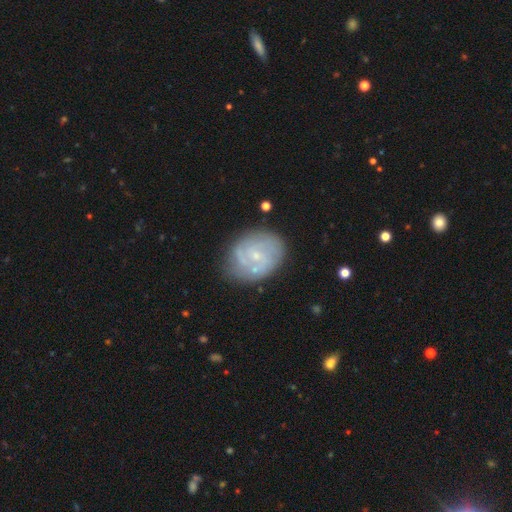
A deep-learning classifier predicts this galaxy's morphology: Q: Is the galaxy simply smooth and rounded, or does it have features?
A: featured or disk — 73%.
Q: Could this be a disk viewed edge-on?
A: no — 98%.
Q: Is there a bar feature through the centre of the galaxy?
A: no — 59%.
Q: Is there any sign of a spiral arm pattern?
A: yes — 84%.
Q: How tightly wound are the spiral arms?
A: tight — 48%.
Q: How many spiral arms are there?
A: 2 — 44%.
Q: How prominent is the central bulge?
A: small — 76%.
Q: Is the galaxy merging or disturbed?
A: none — 69%.